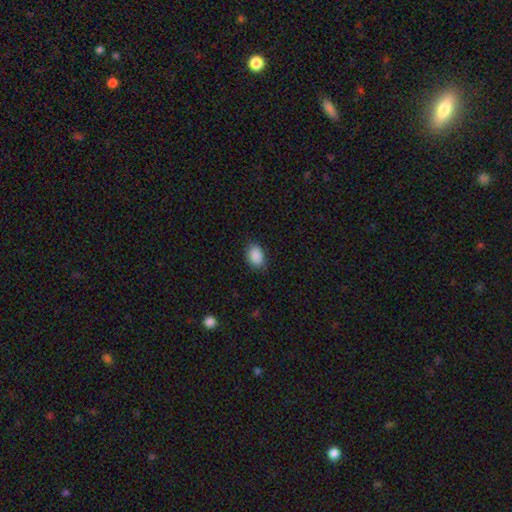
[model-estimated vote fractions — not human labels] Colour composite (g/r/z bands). It shows a smooth galaxy with no disk features (89%) that is in between round and cigar-shaped (81%). Merging: none (81%).